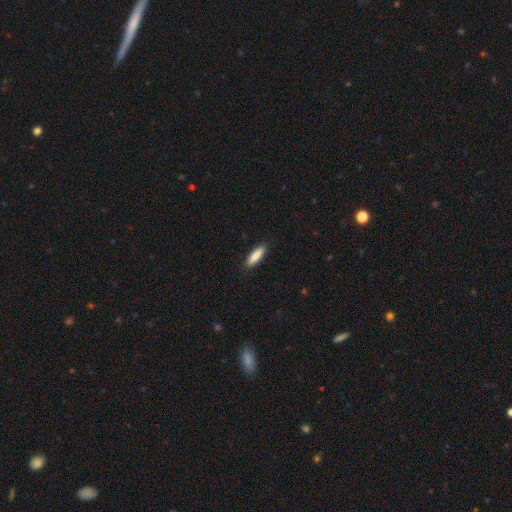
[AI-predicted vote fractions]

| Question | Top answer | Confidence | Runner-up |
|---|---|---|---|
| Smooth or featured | smooth | 86% | featured or disk (8%) |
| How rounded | cigar-shaped | 67% | in between (31%) |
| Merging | none | 89% | minor disturbance (8%) |